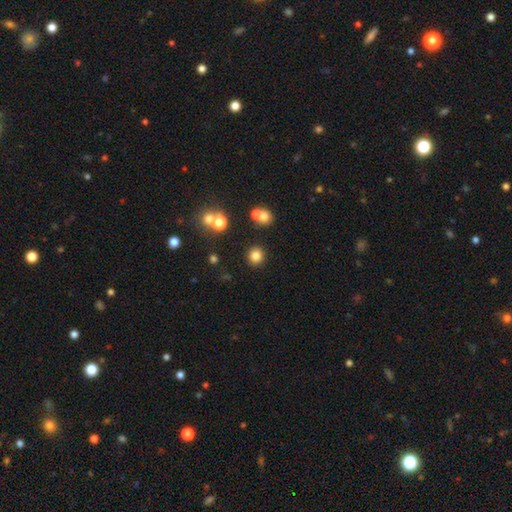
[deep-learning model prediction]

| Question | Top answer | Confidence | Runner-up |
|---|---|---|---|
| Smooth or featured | smooth | 81% | star or artifact (13%) |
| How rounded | round | 90% | in between (9%) |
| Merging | none | 88% | minor disturbance (6%) |